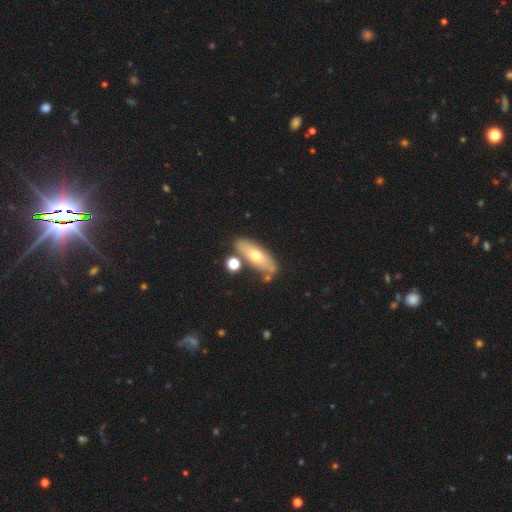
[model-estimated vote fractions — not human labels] Overall: smooth (57%; featured or disk 35%). How rounded: in between (60%; cigar-shaped 36%). Merging: none (75%).